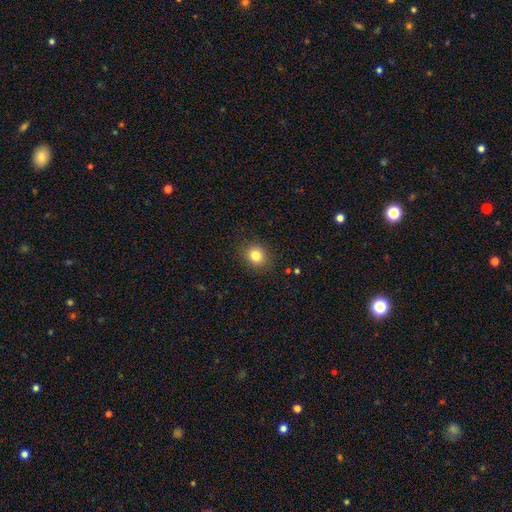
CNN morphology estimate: Overall: smooth (82%). How rounded: round (74%). Merging: none (87%).